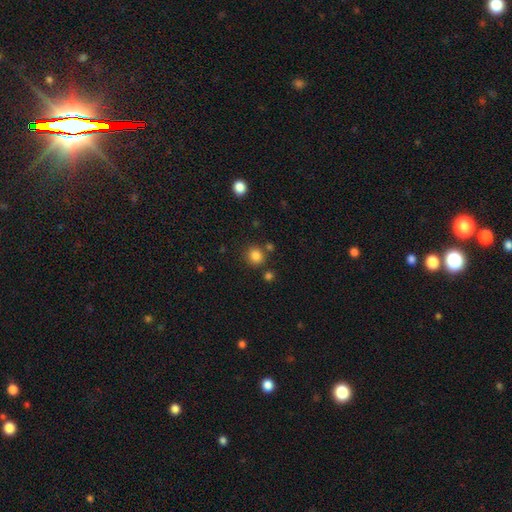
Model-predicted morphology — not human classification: Smooth or featured?
  - smooth: 84% *
  - star or artifact: 12%
  - featured or disk: 4%
How rounded?
  - round: 87% *
  - in between: 12%
  - cigar-shaped: 1%
Merging?
  - none: 80% *
  - minor disturbance: 9%
  - merger: 8%
  - major disturbance: 3%